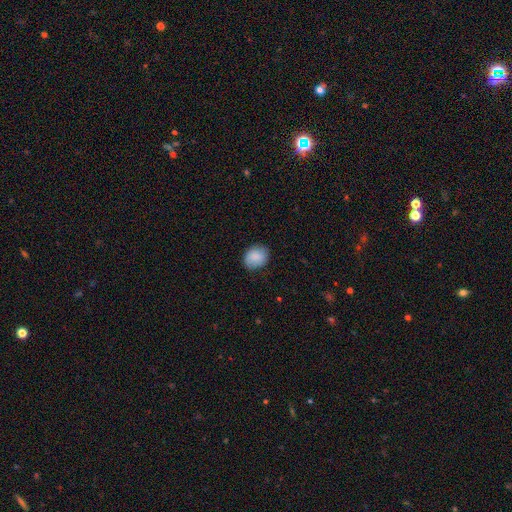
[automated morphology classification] smooth-or-featured: smooth: 87% | star or artifact: 7% | featured or disk: 6%
  how-rounded: round: 56% | in between: 43% | cigar-shaped: 1%
  merging: none: 83% | minor disturbance: 13% | major disturbance: 3% | merger: 1%